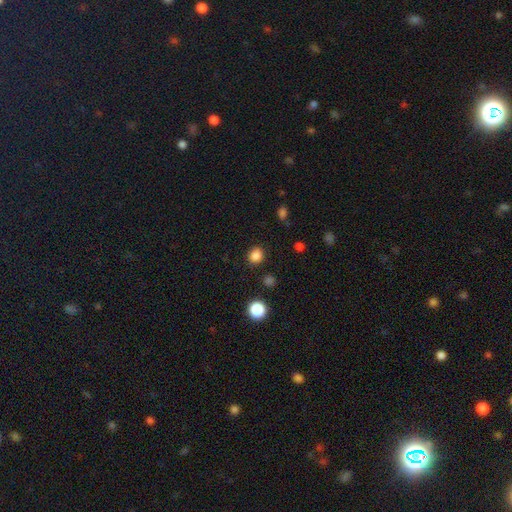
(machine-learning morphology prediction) smooth_or_featured: smooth (p=0.84) [alt: star or artifact p=0.12]
how_rounded: round (p=0.81) [alt: in between p=0.18]
merging: none (p=0.88) [alt: minor disturbance p=0.07]